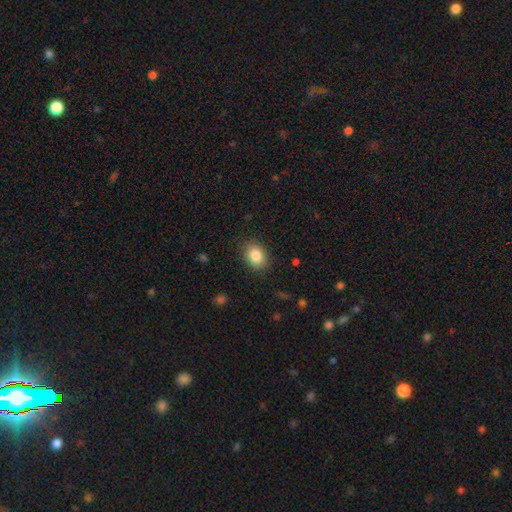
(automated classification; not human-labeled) Overall: smooth (85%). How rounded: in between (68%; round 31%). Merging: none (86%).